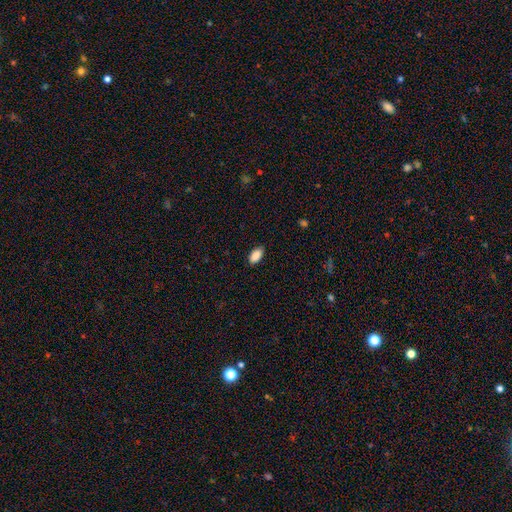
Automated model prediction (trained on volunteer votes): A smooth galaxy with no disk features (89%) that is in between round and cigar-shaped (93%).

Vote fractions:
- Smooth or featured? smooth: 89% / star or artifact: 7% / featured or disk: 4%
- How rounded? in between: 93% / cigar-shaped: 4% / round: 3%
- Merging? none: 85% / minor disturbance: 11% / major disturbance: 2% / merger: 1%